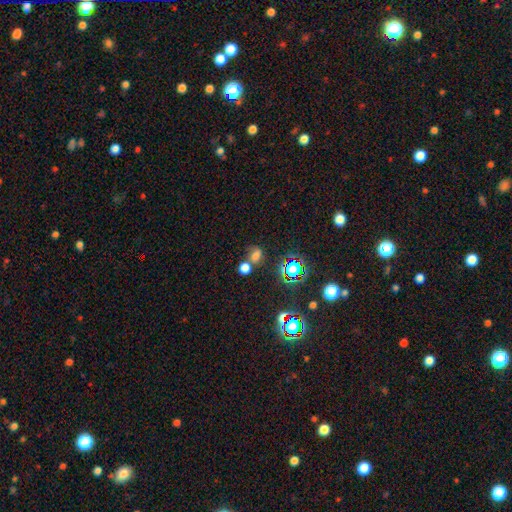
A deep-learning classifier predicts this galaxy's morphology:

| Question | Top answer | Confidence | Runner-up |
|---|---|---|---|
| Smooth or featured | smooth | 60% | star or artifact (31%) |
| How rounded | in between | 53% | round (45%) |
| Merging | none | 48% | merger (33%) |